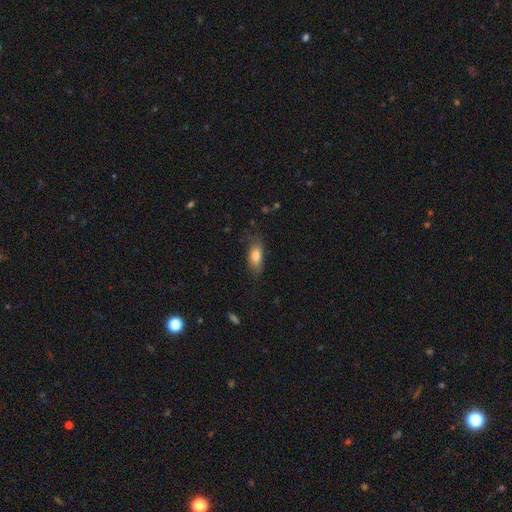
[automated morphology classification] smooth_or_featured: smooth (p=0.78) [alt: featured or disk p=0.15]
how_rounded: in between (p=0.80) [alt: cigar-shaped p=0.16]
merging: none (p=0.73) [alt: minor disturbance p=0.20]